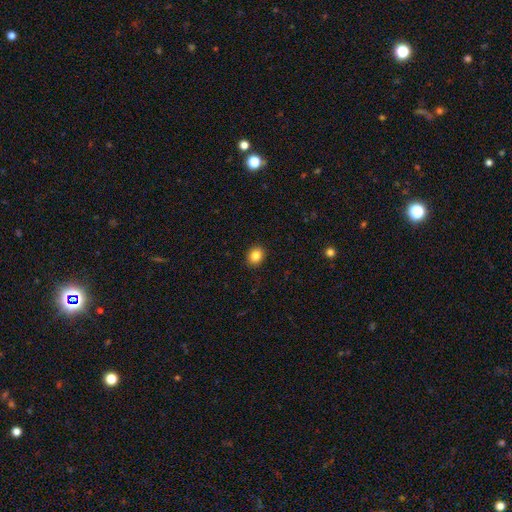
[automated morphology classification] Smooth or featured: smooth — 85% (star or artifact — 10%)
How rounded: round — 63% (in between — 37%)
Merging: none — 91% (minor disturbance — 6%)